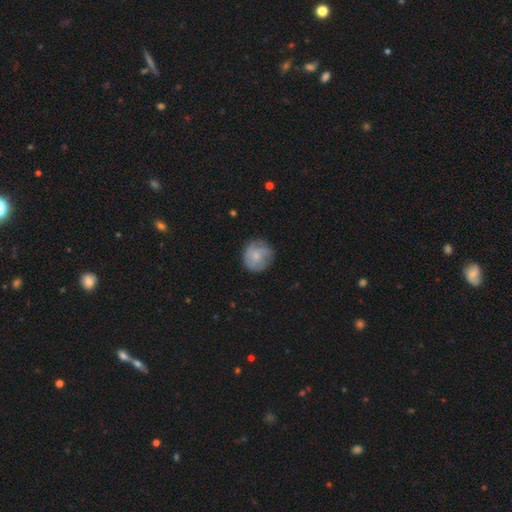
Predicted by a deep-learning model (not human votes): Morphology: type=smooth (64%); roundness=round (89%); merging=none (73%).